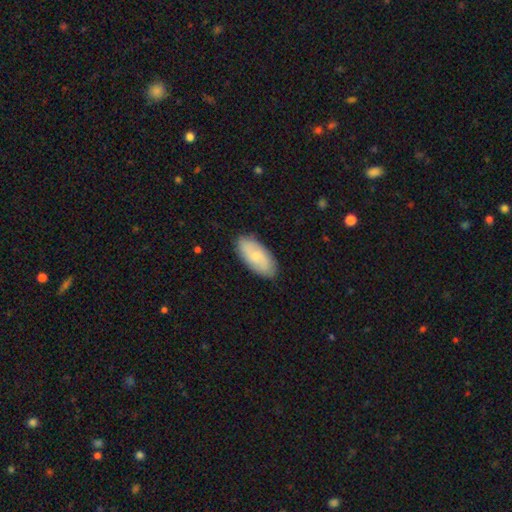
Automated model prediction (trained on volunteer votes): smooth_or_featured: smooth (p=0.60) [alt: featured or disk p=0.34]
how_rounded: in between (p=0.90) [alt: cigar-shaped p=0.07]
merging: none (p=0.85) [alt: minor disturbance p=0.12]